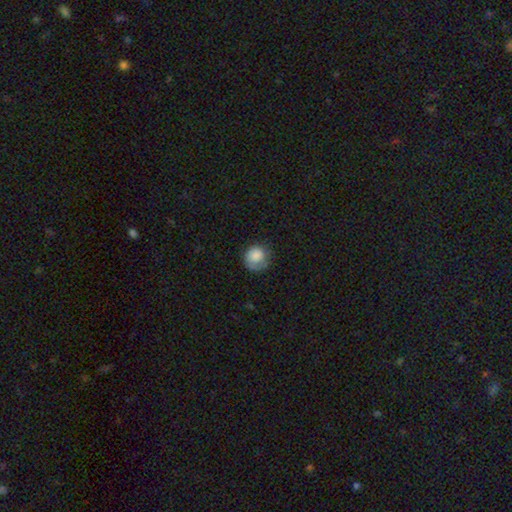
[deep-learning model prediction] A smooth galaxy with no disk features (80%) that is round (86%).

Vote fractions:
- Smooth or featured? smooth: 80% / featured or disk: 13% / star or artifact: 7%
- How rounded? round: 86% / in between: 13% / cigar-shaped: 1%
- Merging? none: 64% / minor disturbance: 23% / major disturbance: 12% / merger: 1%